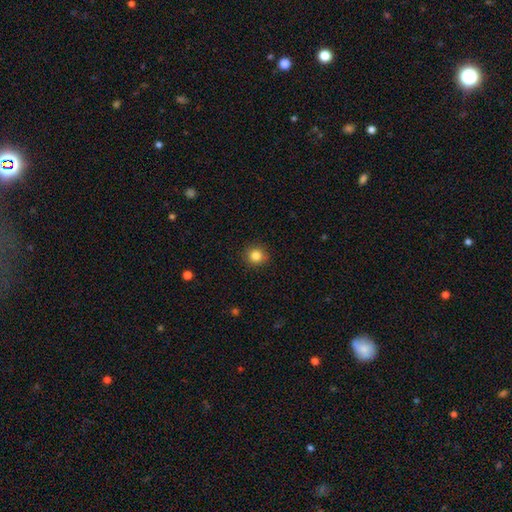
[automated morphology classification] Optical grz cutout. It shows a smooth galaxy with no disk features (85%) that is round (90%). Merging: none (91%).